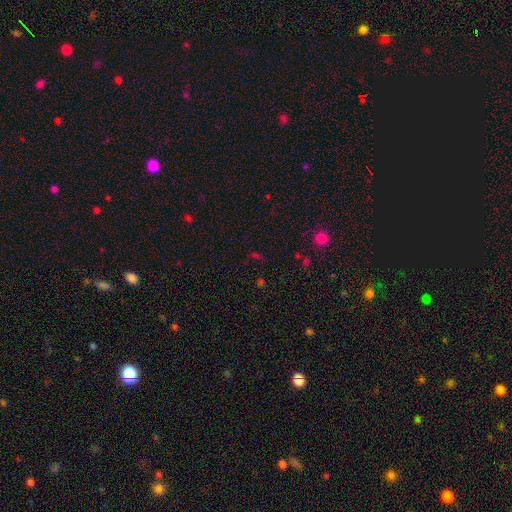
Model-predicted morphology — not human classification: Smooth or featured?
  - star or artifact: 57% *
  - smooth: 35%
  - featured or disk: 8%